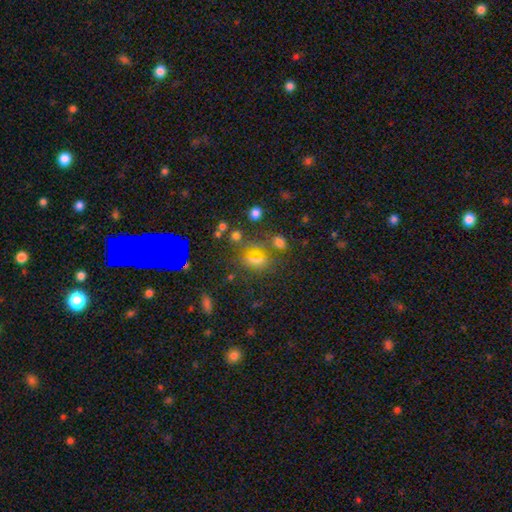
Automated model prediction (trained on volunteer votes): Overall: smooth (52%; star or artifact 34%). How rounded: in between (53%; round 43%). Merging: none (62%).